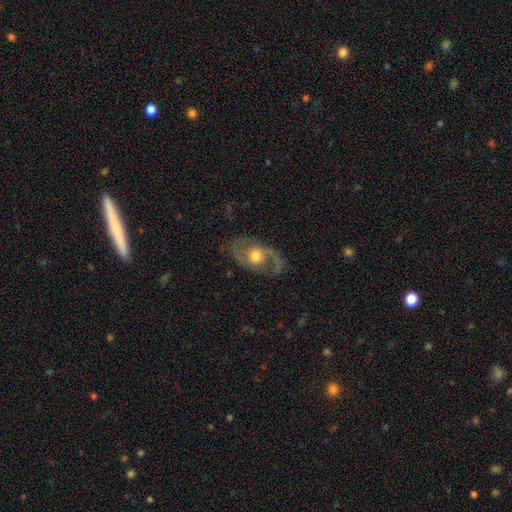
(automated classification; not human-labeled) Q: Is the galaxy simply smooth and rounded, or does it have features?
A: featured or disk — 80%.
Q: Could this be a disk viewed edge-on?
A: no — 94%.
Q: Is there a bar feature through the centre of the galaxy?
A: no — 68%.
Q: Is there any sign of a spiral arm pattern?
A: yes — 85%.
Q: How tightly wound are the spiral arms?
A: medium — 51%.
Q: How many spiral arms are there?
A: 2 — 86%.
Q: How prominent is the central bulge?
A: moderate — 67%.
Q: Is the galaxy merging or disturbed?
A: none — 75%.